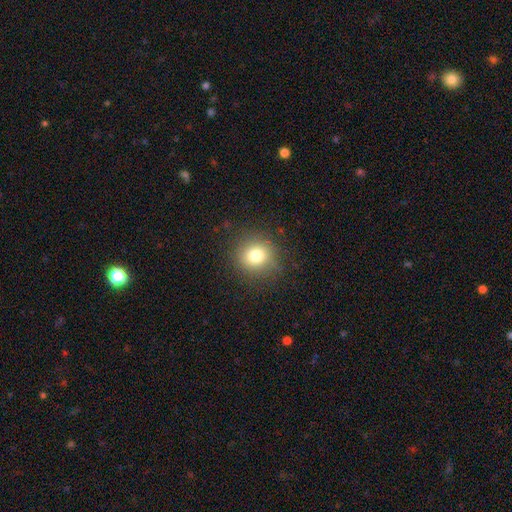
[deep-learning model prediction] Overall: smooth (79%). How rounded: round (89%). Merging: none (88%).